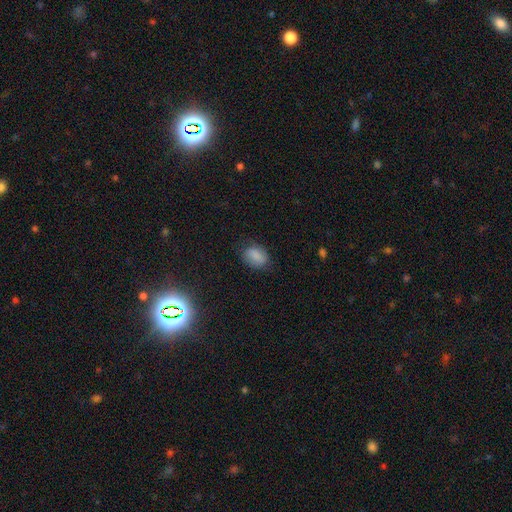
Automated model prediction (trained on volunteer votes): A smooth galaxy with no disk features (81%) that is in between round and cigar-shaped (73%). Merging: none (72%).